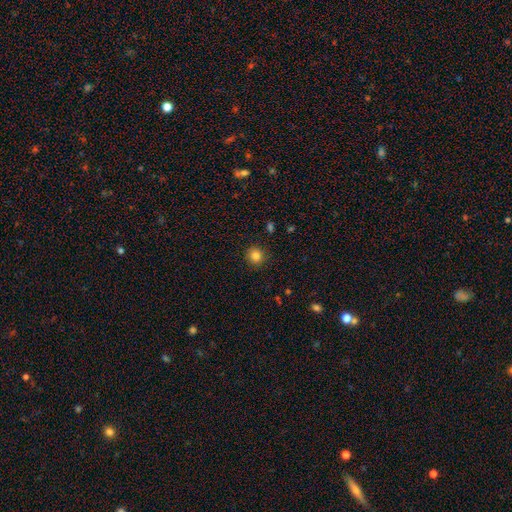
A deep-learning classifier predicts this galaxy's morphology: Smooth or featured? smooth (84%)
How rounded? round (91%)
Merging? none (89%)